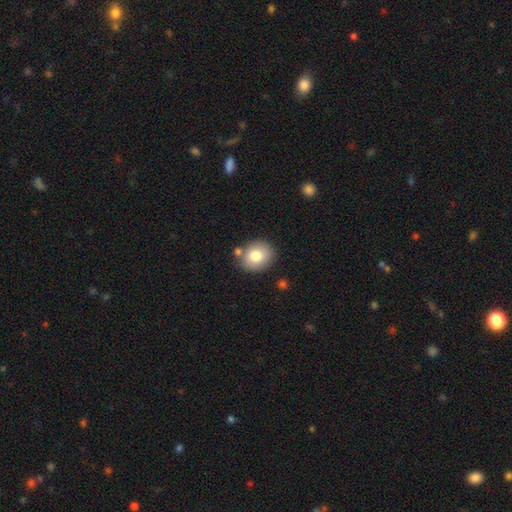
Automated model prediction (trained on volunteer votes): smooth_or_featured: smooth (p=0.78) [alt: featured or disk p=0.14]
how_rounded: round (p=0.63) [alt: in between p=0.36]
merging: none (p=0.76) [alt: minor disturbance p=0.12]